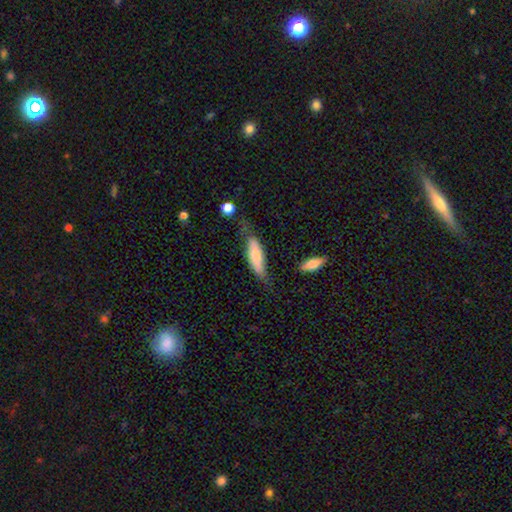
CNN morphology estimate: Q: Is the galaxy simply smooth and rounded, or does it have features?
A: smooth — 63%.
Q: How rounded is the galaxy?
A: cigar-shaped — 54%.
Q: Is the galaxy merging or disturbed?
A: none — 56%.